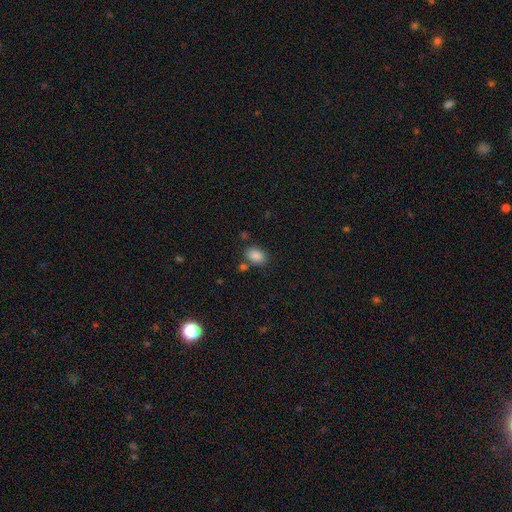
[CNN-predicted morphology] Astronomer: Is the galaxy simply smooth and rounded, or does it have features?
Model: smooth — 87%.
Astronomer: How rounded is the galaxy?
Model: in between — 84%.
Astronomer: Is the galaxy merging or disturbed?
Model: none — 75%.